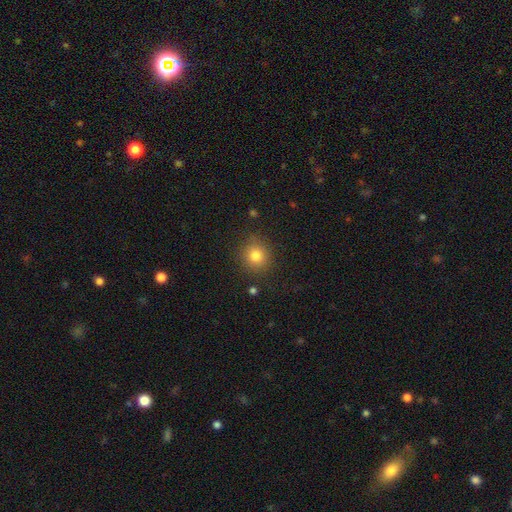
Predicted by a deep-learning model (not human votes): A smooth galaxy with no disk features (81%) that is round (86%).

Vote fractions:
- Smooth or featured? smooth: 81% / star or artifact: 12% / featured or disk: 7%
- How rounded? round: 86% / in between: 13% / cigar-shaped: 1%
- Merging? none: 86% / minor disturbance: 9% / major disturbance: 3% / merger: 2%